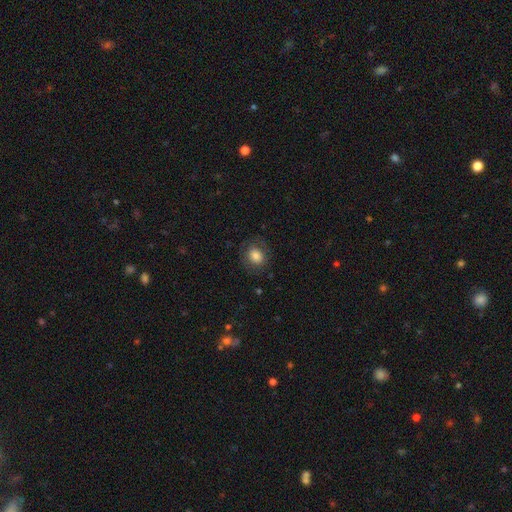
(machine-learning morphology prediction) type=smooth (77%); roundness=round (67%); merging=none (78%).